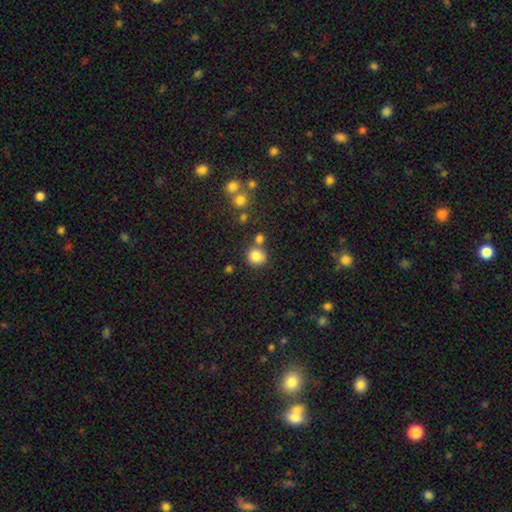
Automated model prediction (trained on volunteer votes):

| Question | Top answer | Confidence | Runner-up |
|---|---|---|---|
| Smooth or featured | smooth | 82% | star or artifact (11%) |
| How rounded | round | 87% | in between (12%) |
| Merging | none | 72% | merger (14%) |